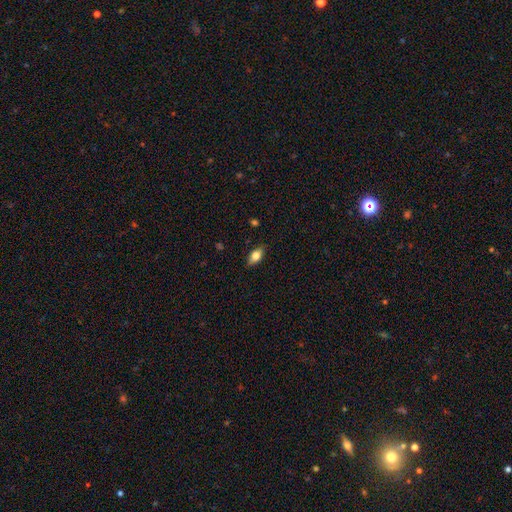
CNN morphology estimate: This is likely a smooth galaxy (76%). How rounded: clearly in between (87%). Merging: clearly none (85%).